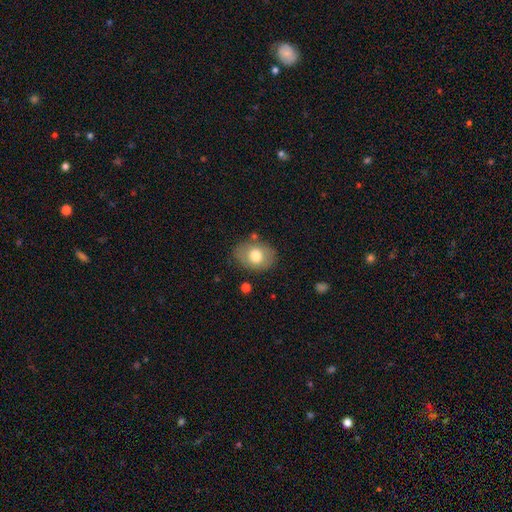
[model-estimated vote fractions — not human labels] This is likely a smooth galaxy (72%). How rounded: likely in between (67%). Merging: likely none (78%).